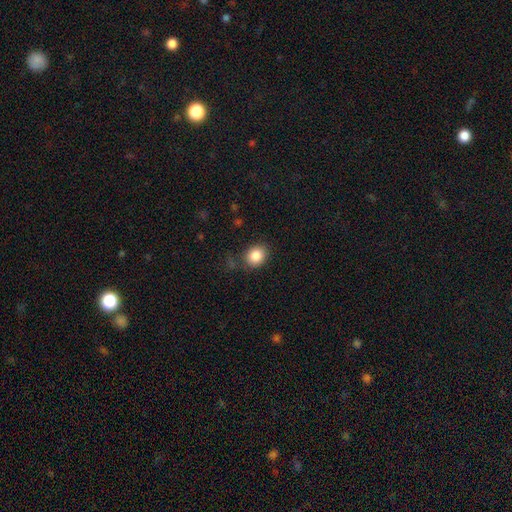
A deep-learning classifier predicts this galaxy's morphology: Smooth or featured? Predicted: smooth (p=0.85). How rounded? Predicted: round (p=0.58). Merging? Predicted: none (p=0.80).